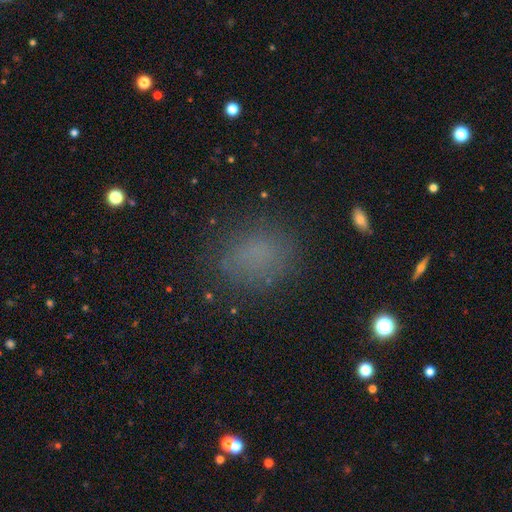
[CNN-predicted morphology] A smooth galaxy with no disk features (75%) that is round (55%). Merging: none (81%).